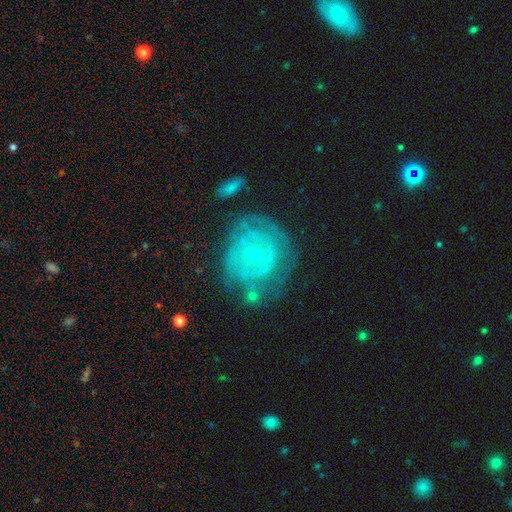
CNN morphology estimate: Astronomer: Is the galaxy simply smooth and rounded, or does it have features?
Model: featured or disk — 76%.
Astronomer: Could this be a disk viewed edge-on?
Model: no — 98%.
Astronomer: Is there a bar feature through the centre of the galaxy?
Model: no — 82%.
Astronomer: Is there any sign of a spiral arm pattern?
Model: yes — 83%.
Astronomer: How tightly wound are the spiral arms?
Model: tight — 78%.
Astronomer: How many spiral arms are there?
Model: can't tell — 47%.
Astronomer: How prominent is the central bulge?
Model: small — 86%.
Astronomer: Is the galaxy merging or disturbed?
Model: none — 63%.